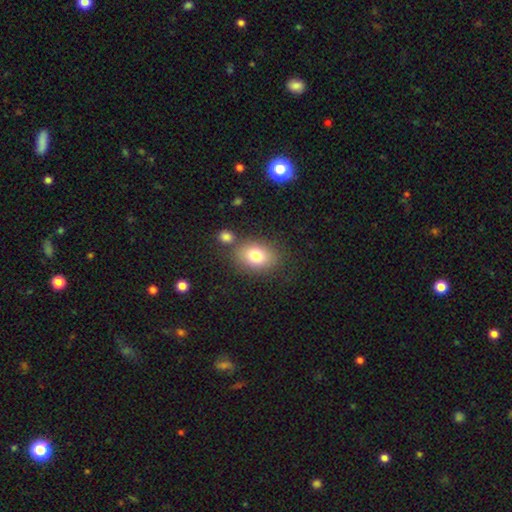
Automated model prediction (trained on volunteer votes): Overall: smooth (79%). How rounded: in between (71%). Merging: none (73%).